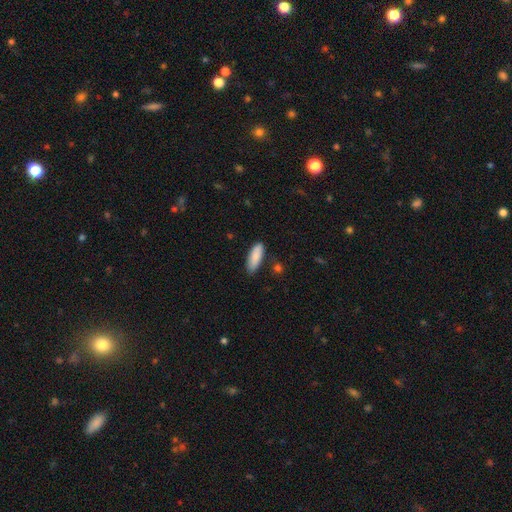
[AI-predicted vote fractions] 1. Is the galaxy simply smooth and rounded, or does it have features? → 88% smooth, 7% featured or disk, 6% star or artifact.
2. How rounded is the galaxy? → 62% in between, 36% cigar-shaped, 2% round.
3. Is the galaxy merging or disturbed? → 82% none, 13% minor disturbance, 2% major disturbance, 2% merger.